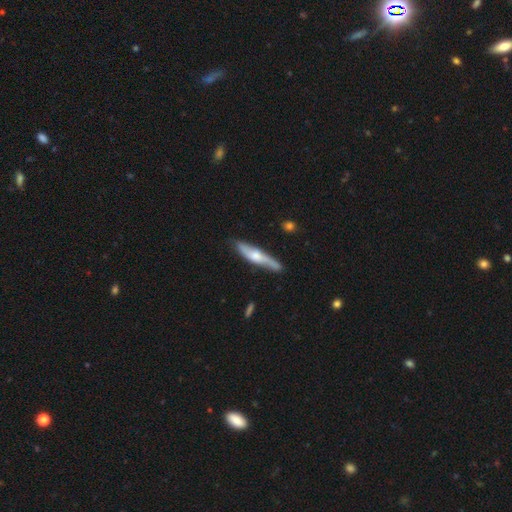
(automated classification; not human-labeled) featured or disk 57%, smooth 38%, star or artifact 5%. Down the decision tree: edge-on disk — yes (69%); merging — none (75%).